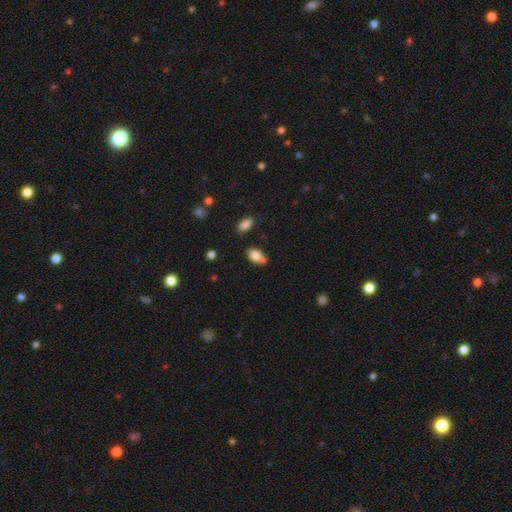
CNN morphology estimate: The model was most divided on "merging": none: 50%, merger: 25%, minor disturbance: 20%, major disturbance: 5%. More confident: how rounded — in between (86%); smooth or featured — smooth (80%).